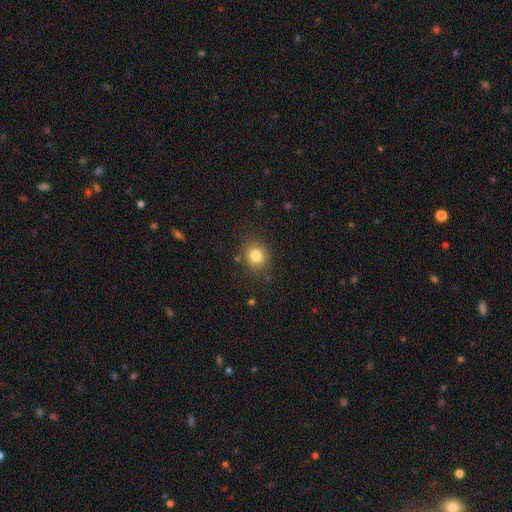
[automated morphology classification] A smooth galaxy with no disk features (81%) that is round (75%). Merging: none (84%).